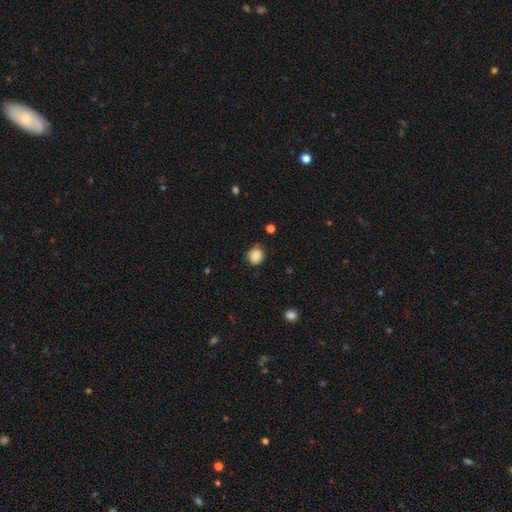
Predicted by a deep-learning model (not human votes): Smooth or featured: smooth — 86% (star or artifact — 9%)
How rounded: round — 80% (in between — 19%)
Merging: none — 76% (minor disturbance — 18%)